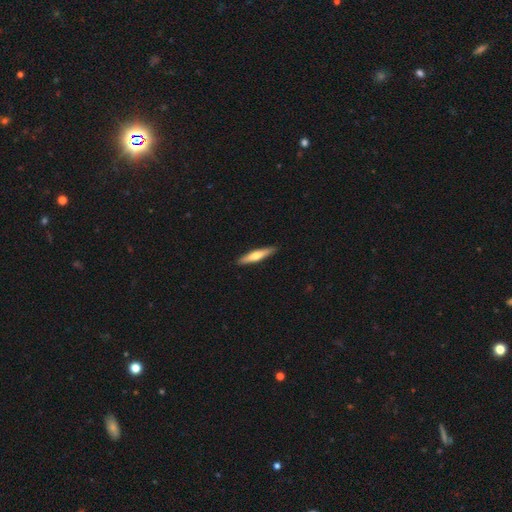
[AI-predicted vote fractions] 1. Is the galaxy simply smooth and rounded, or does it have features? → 55% smooth, 40% featured or disk, 5% star or artifact.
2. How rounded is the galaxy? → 87% cigar-shaped, 11% in between, 1% round.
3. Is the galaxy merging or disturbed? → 91% none, 7% minor disturbance, 1% major disturbance, 1% merger.